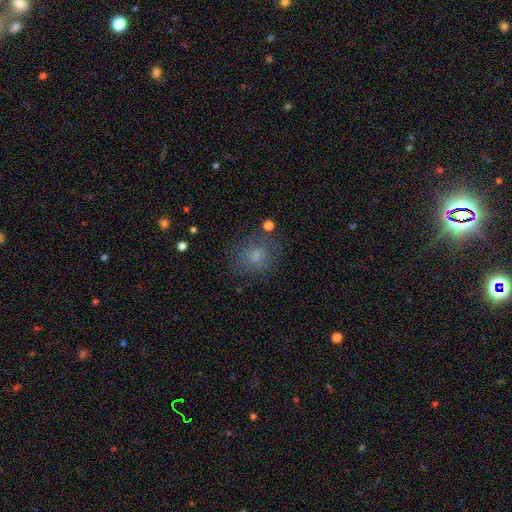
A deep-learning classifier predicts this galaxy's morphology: A smooth galaxy with no disk features (69%) that is round (68%).

Vote fractions:
- Smooth or featured? smooth: 69% / featured or disk: 17% / star or artifact: 14%
- How rounded? round: 68% / in between: 31% / cigar-shaped: 1%
- Merging? none: 71% / minor disturbance: 16% / major disturbance: 10% / merger: 3%